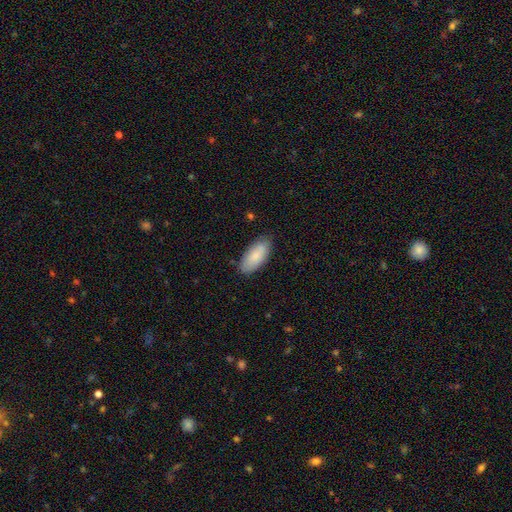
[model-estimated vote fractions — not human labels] Overall: smooth (84%). How rounded: in between (89%). Merging: none (83%).